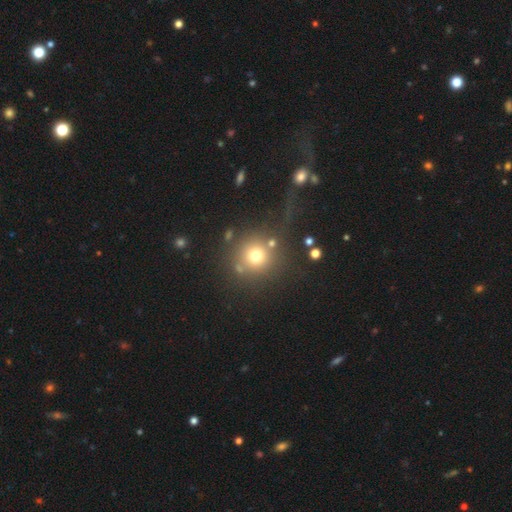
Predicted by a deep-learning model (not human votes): smooth-or-featured: smooth: 71% | star or artifact: 16% | featured or disk: 13%
  how-rounded: round: 93% | in between: 6% | cigar-shaped: 1%
  merging: none: 66% | major disturbance: 13% | minor disturbance: 11% | merger: 10%